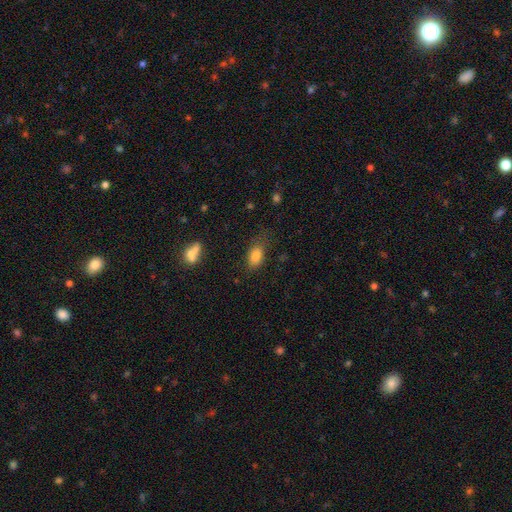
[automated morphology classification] smooth-or-featured: smooth: 83% | star or artifact: 9% | featured or disk: 7%
  how-rounded: in between: 88% | round: 9% | cigar-shaped: 3%
  merging: none: 65% | minor disturbance: 23% | major disturbance: 9% | merger: 3%